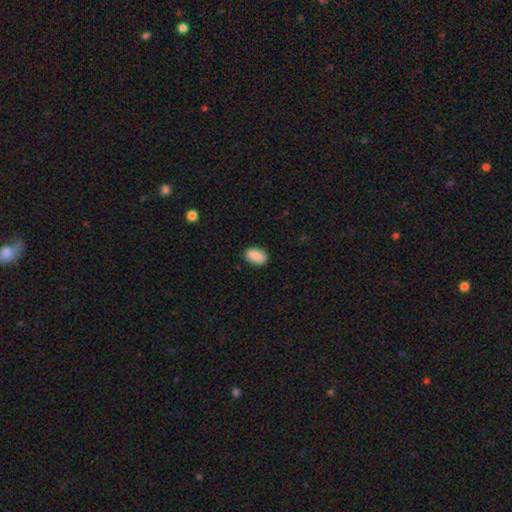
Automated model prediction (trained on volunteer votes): A smooth galaxy with no disk features (90%) that is in between round and cigar-shaped (90%). Merging: none (86%).